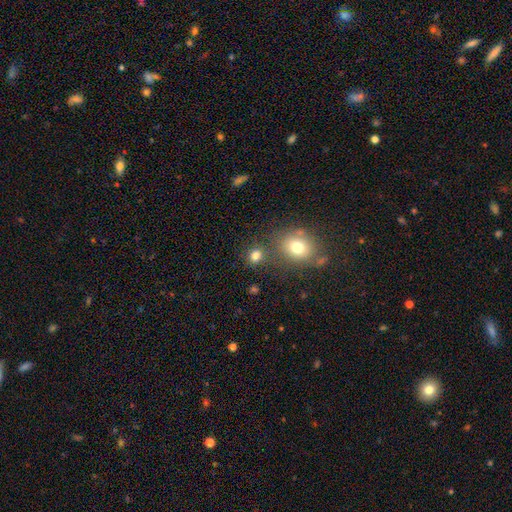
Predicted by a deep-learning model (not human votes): A smooth galaxy with no disk features (78%) that is round (72%). Merging: none (72%).